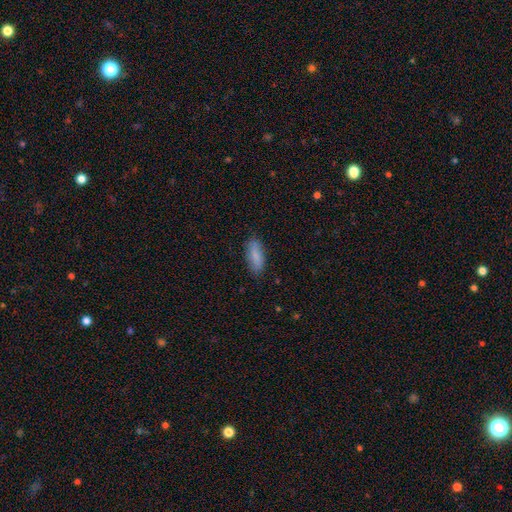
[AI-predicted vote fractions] Morphology: type=smooth (83%); roundness=in between (70%); merging=none (83%).